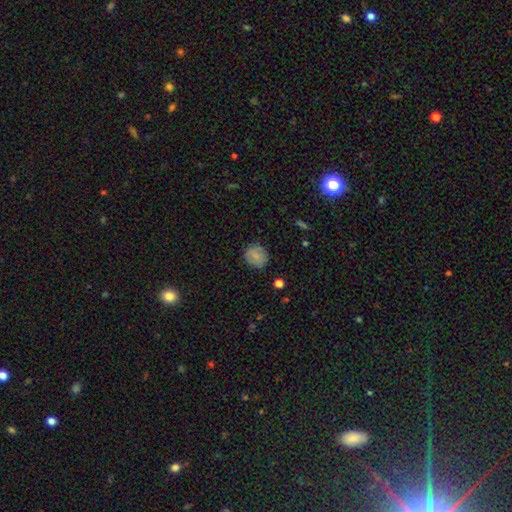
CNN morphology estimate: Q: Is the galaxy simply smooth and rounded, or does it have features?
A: smooth — 79%.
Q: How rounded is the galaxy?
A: round — 83%.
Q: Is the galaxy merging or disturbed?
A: none — 82%.